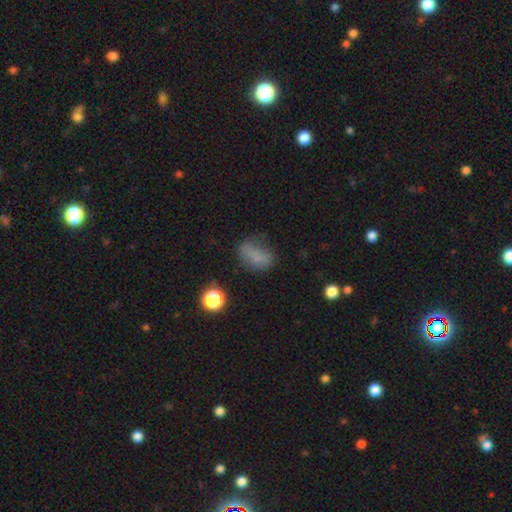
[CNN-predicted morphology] A smooth galaxy with no disk features (69%) that is in between round and cigar-shaped (75%).

Vote fractions:
- Smooth or featured? smooth: 69% / star or artifact: 15% / featured or disk: 15%
- How rounded? in between: 75% / round: 20% / cigar-shaped: 6%
- Merging? none: 54% / minor disturbance: 27% / major disturbance: 14% / merger: 5%